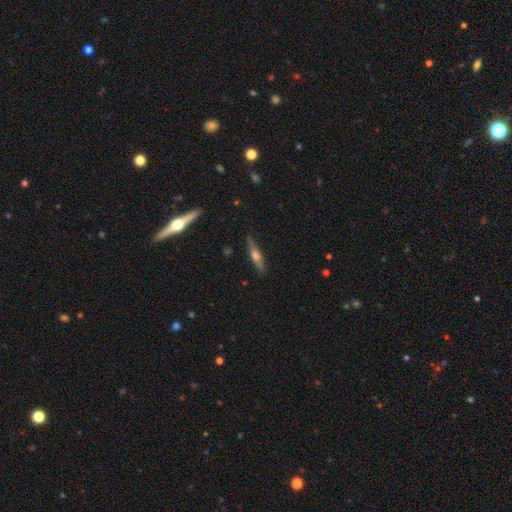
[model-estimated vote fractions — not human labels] A featured or disk galaxy (60%) viewed edge-on (95%) with a rounded central bulge (87%).

Vote fractions:
- Smooth or featured? featured or disk: 60% / smooth: 33% / star or artifact: 7%
- Edge-on disk? yes: 95% / no: 5%
- Edge-on bulge? rounded: 87% / boxy: 7% / none: 5%
- Merging? none: 86% / minor disturbance: 11% / major disturbance: 2% / merger: 1%